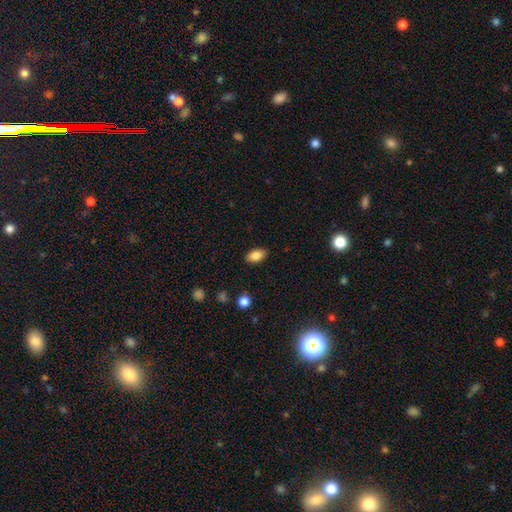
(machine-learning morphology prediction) Smooth or featured?
  - smooth: 84% *
  - star or artifact: 8%
  - featured or disk: 7%
How rounded?
  - in between: 91% *
  - round: 5%
  - cigar-shaped: 4%
Merging?
  - none: 87% *
  - minor disturbance: 9%
  - major disturbance: 2%
  - merger: 1%